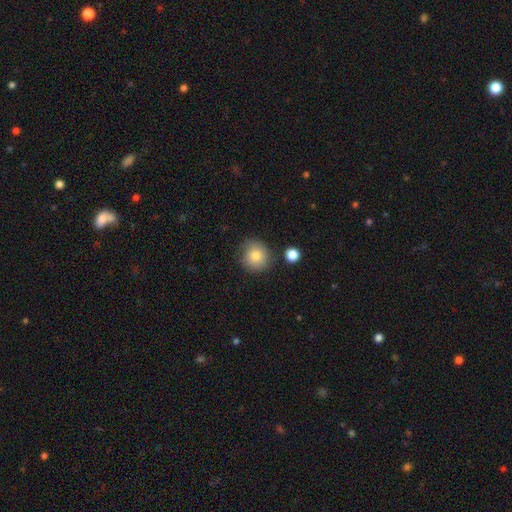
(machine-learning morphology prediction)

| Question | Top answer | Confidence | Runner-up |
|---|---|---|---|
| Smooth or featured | smooth | 81% | featured or disk (10%) |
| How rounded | round | 90% | in between (9%) |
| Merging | none | 76% | minor disturbance (15%) |